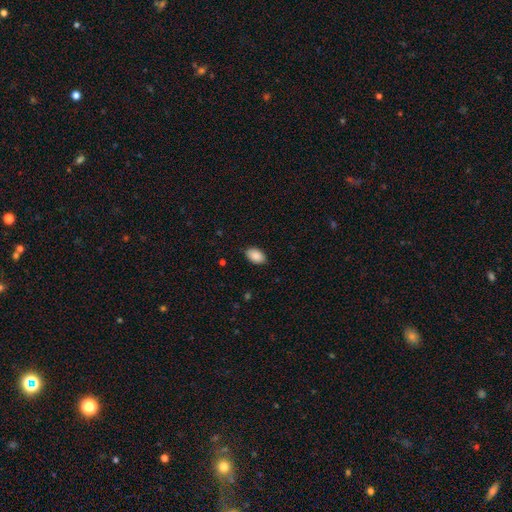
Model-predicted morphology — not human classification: Overall: smooth (90%). How rounded: in between (91%). Merging: none (85%).